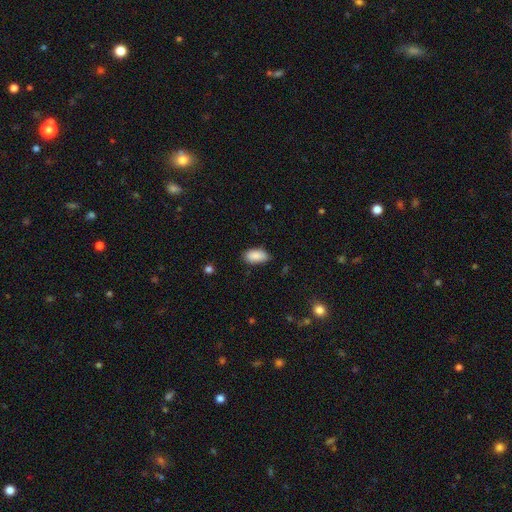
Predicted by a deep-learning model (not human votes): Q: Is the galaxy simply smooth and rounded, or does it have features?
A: smooth — 89%.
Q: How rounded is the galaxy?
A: in between — 93%.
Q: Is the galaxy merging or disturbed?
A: none — 79%.